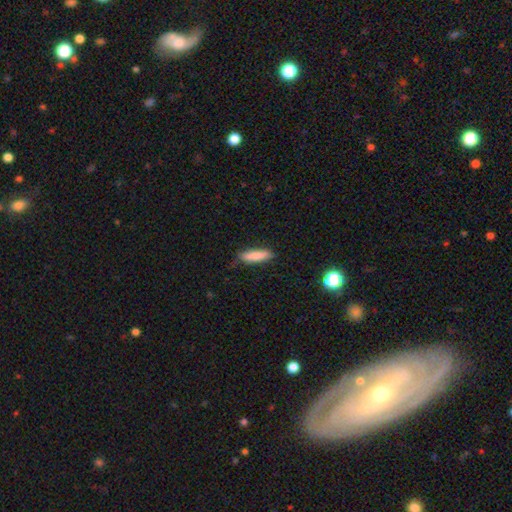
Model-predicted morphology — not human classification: This appears to be a smooth galaxy with no disk features (83%) that is cigar-shaped (75%). Merging: none (83%).